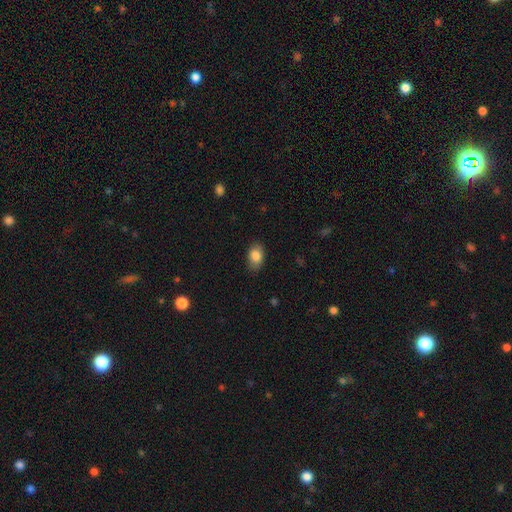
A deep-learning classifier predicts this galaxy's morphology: smooth-or-featured: smooth: 85% | featured or disk: 8% | star or artifact: 8%
  how-rounded: in between: 87% | round: 11% | cigar-shaped: 1%
  merging: none: 83% | minor disturbance: 13% | major disturbance: 3% | merger: 1%